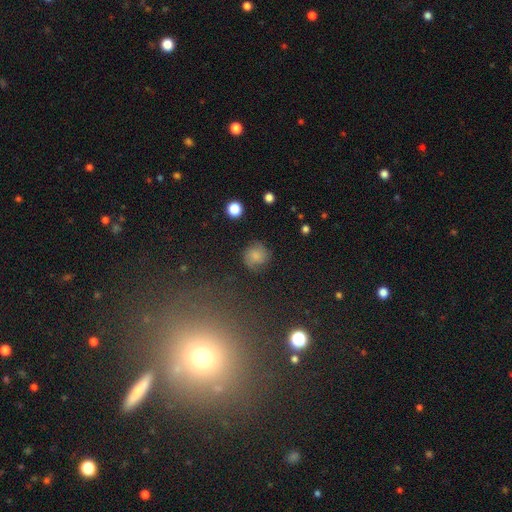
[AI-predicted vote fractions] smooth 54%, featured or disk 33%, star or artifact 12%. Down the decision tree: how rounded — round (87%); merging — none (75%).